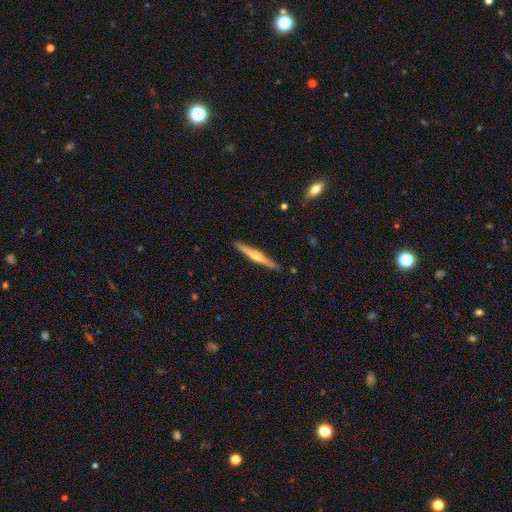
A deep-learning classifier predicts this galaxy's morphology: Smooth or featured: featured or disk — 65% (smooth — 29%)
Edge-on disk: yes — 98% (no — 2%)
Edge-on bulge: rounded — 82% (none — 12%)
Merging: none — 90% (minor disturbance — 8%)